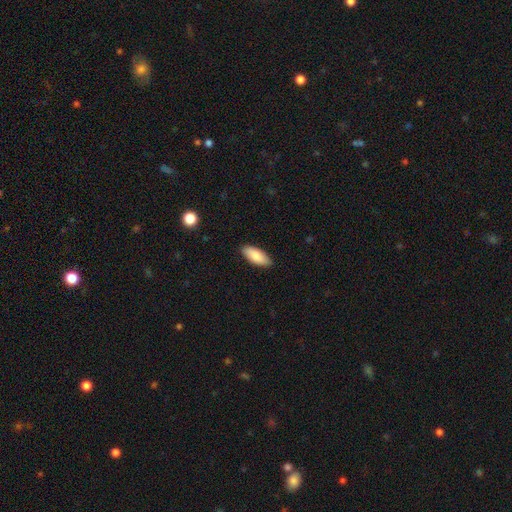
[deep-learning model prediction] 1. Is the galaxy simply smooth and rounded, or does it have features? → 85% smooth, 9% featured or disk, 6% star or artifact.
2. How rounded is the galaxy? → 82% in between, 16% cigar-shaped, 2% round.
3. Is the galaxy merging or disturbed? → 88% none, 9% minor disturbance, 2% major disturbance, 1% merger.